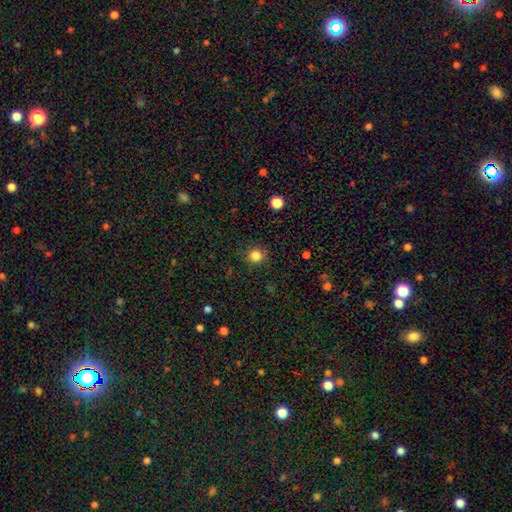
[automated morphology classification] smooth 84%, star or artifact 12%, featured or disk 4%. Down the decision tree: how rounded — round (93%); merging — none (90%).